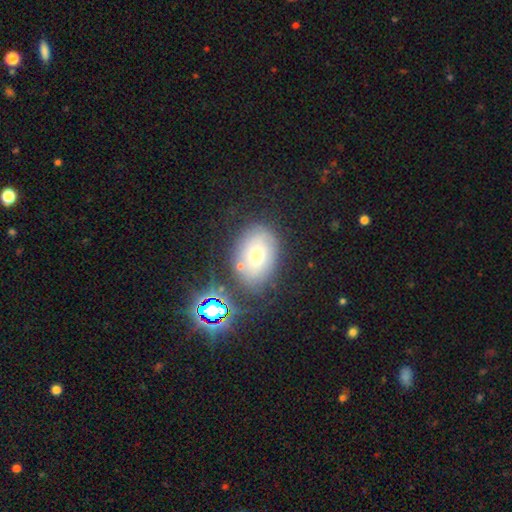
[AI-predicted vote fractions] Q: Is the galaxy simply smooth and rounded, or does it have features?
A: smooth — 61%.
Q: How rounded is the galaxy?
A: in between — 76%.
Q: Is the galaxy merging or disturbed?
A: none — 72%.